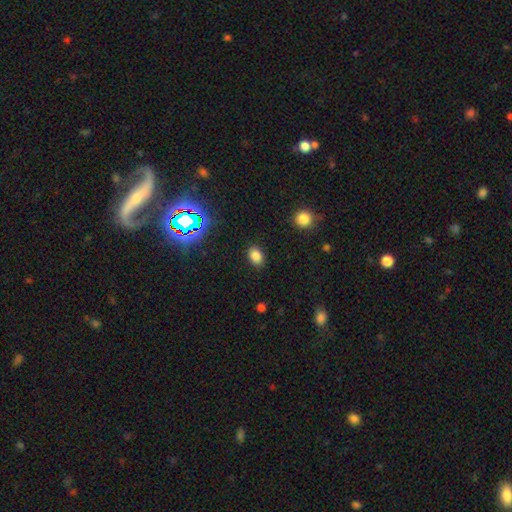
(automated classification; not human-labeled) Overall: smooth (79%). How rounded: in between (78%). Merging: none (87%).